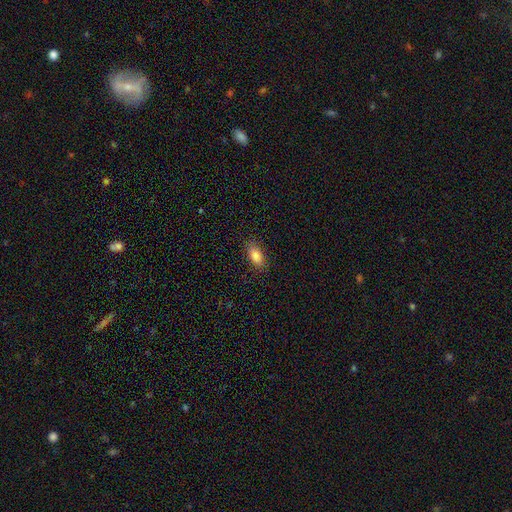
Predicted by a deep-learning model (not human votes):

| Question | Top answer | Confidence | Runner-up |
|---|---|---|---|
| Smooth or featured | smooth | 86% | star or artifact (8%) |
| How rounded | in between | 90% | cigar-shaped (6%) |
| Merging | none | 83% | minor disturbance (12%) |